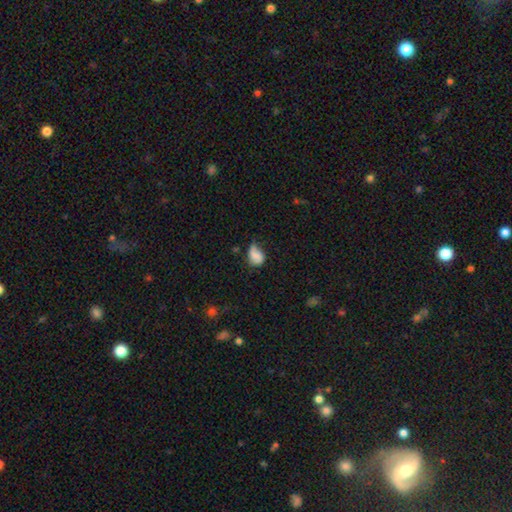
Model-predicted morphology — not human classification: A smooth galaxy with no disk features (67%) that is in between round and cigar-shaped (72%).

Vote fractions:
- Smooth or featured? smooth: 67% / featured or disk: 24% / star or artifact: 9%
- How rounded? in between: 72% / round: 26% / cigar-shaped: 2%
- Merging? minor disturbance: 42% / none: 36% / major disturbance: 18% / merger: 4%